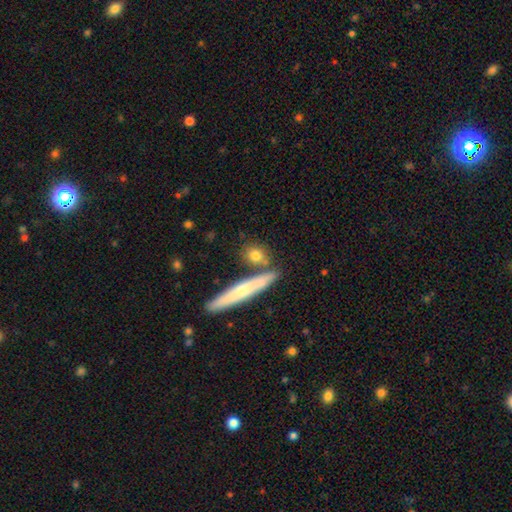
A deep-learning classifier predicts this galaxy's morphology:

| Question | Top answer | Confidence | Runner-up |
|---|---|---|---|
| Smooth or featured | smooth | 75% | featured or disk (17%) |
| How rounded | round | 44% | cigar-shaped (31%) |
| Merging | none | 71% | merger (14%) |